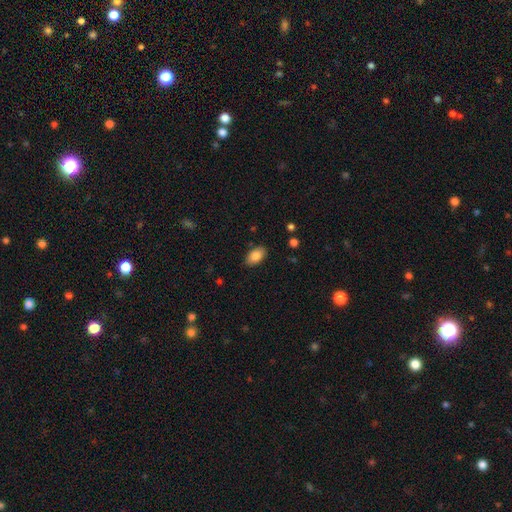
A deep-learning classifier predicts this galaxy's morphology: Smooth or featured?
  - smooth: 87% *
  - star or artifact: 7%
  - featured or disk: 6%
How rounded?
  - in between: 93% *
  - round: 6%
  - cigar-shaped: 2%
Merging?
  - none: 86% *
  - minor disturbance: 10%
  - major disturbance: 2%
  - merger: 1%